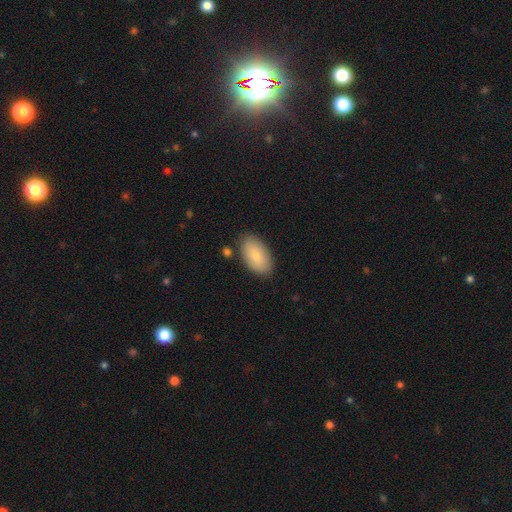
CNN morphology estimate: This is clearly a smooth galaxy (81%). How rounded: clearly in between (95%). Merging: clearly none (82%).